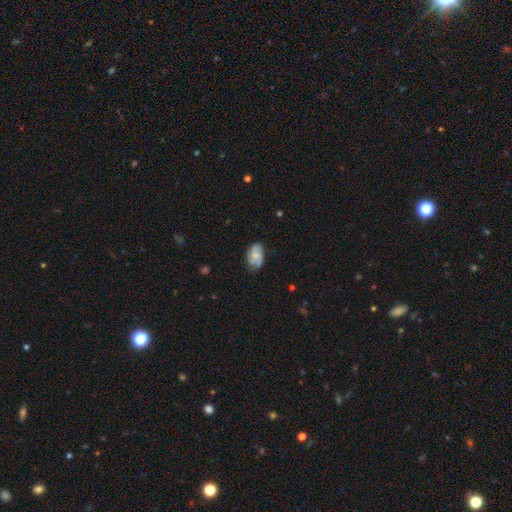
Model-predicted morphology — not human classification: Smooth or featured: smooth — 54% (featured or disk — 38%)
How rounded: in between — 90% (round — 9%)
Merging: none — 64% (minor disturbance — 27%)